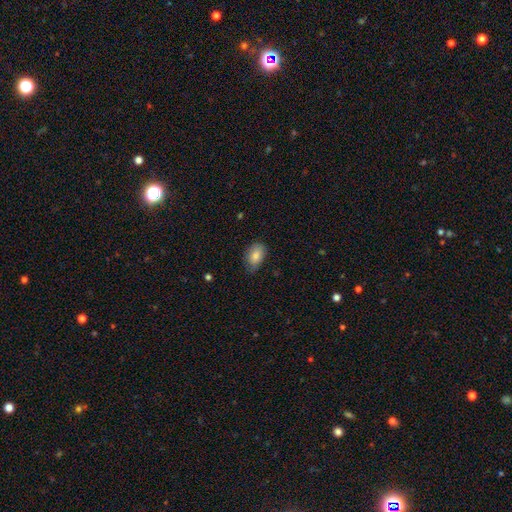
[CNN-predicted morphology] This is clearly a smooth galaxy (83%). How rounded: clearly in between (90%). Merging: likely none (71%).